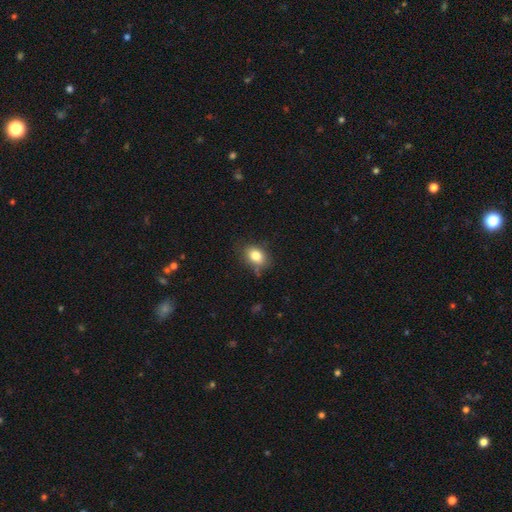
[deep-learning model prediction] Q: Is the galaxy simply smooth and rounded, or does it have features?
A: smooth — 82%.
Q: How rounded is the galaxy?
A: in between — 67%.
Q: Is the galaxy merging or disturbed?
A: none — 73%.